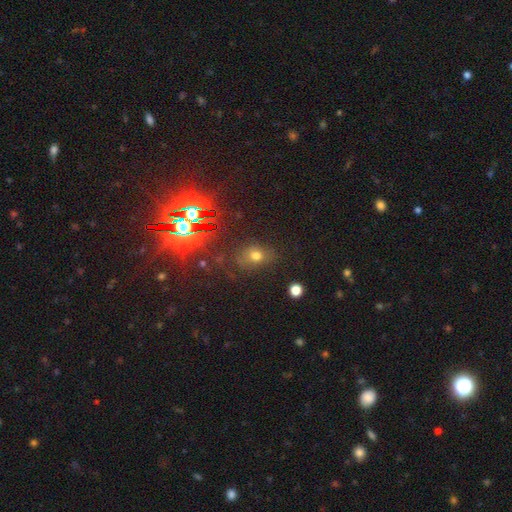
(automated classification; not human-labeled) Smooth or featured: smooth — 56% (star or artifact — 32%)
How rounded: in between — 59% (round — 39%)
Merging: none — 75% (minor disturbance — 15%)